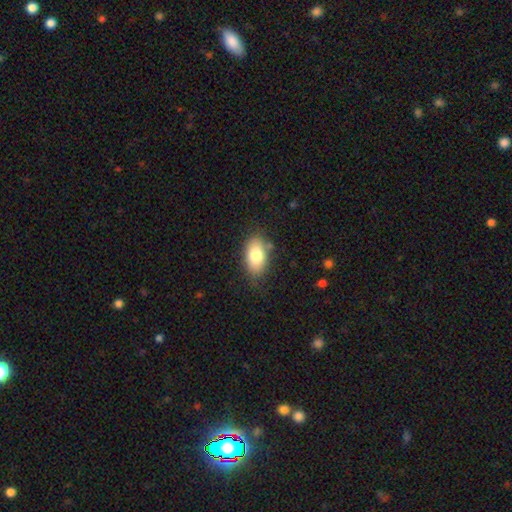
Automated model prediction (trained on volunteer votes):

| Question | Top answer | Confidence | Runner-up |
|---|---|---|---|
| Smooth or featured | smooth | 80% | featured or disk (13%) |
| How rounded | in between | 91% | round (6%) |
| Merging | none | 79% | minor disturbance (15%) |